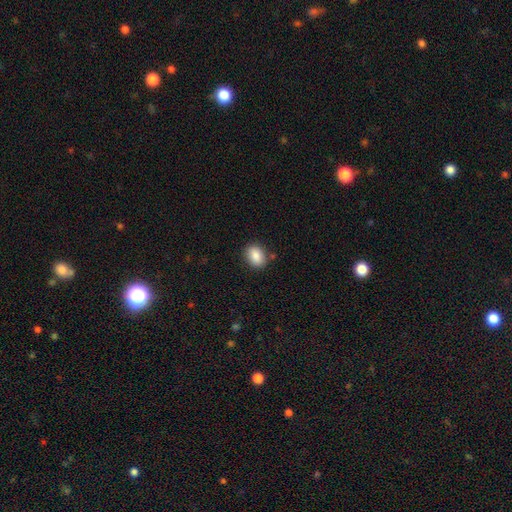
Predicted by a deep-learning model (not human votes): Smooth or featured? smooth (87%)
How rounded? in between (74%)
Merging? none (85%)